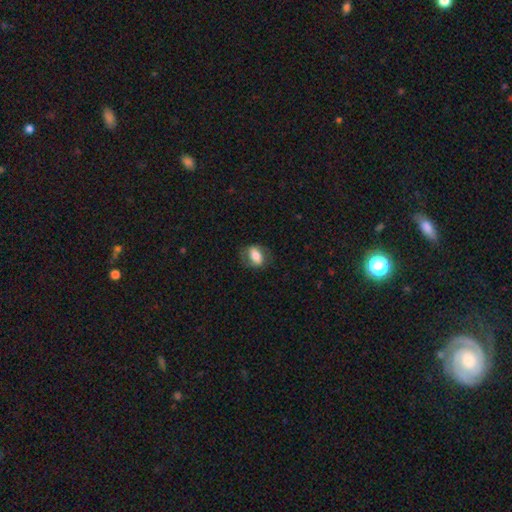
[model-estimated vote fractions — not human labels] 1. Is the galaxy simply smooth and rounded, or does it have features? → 66% smooth, 26% featured or disk, 7% star or artifact.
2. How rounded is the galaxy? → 84% in between, 12% round, 4% cigar-shaped.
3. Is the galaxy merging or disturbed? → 71% none, 18% minor disturbance, 9% major disturbance, 1% merger.